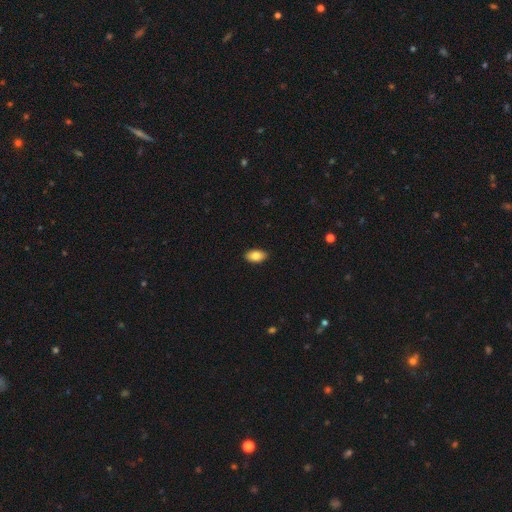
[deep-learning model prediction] This appears to be a smooth galaxy with no disk features (84%) that is in between round and cigar-shaped (92%). Merging: none (88%).